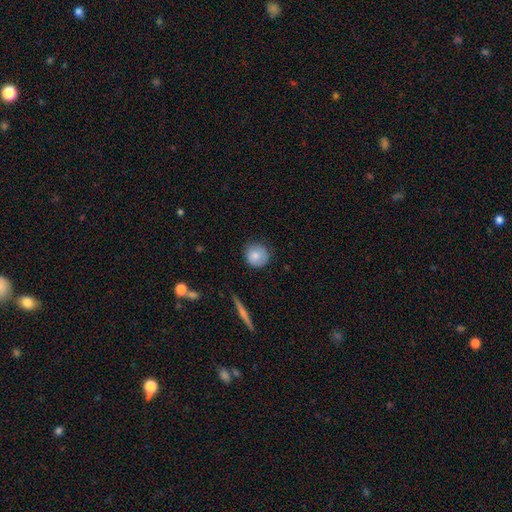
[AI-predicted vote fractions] A smooth galaxy with no disk features (81%) that is round (92%). Merging: none (77%).